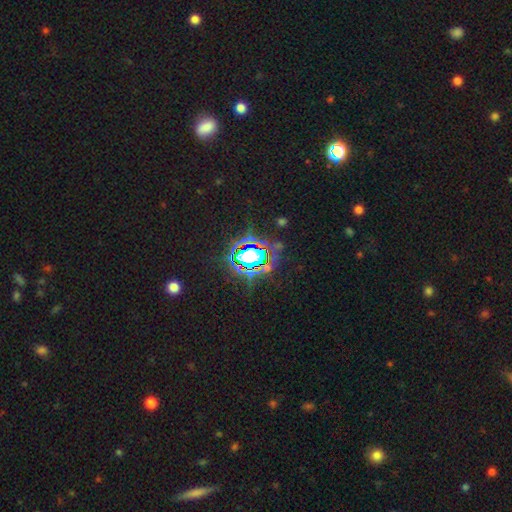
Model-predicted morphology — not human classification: This is clearly a star or artifact rather than a galaxy (80%).